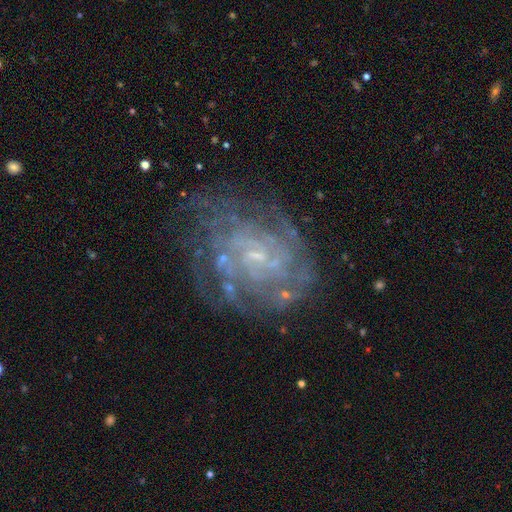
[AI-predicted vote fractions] Morphology: type=featured or disk (83%); edge-on=no (97%); bar=no (52%); spiral arms=yes (88%); winding=tight (66%); arm count=can't tell (46%); bulge=small (73%); merging=none (67%).